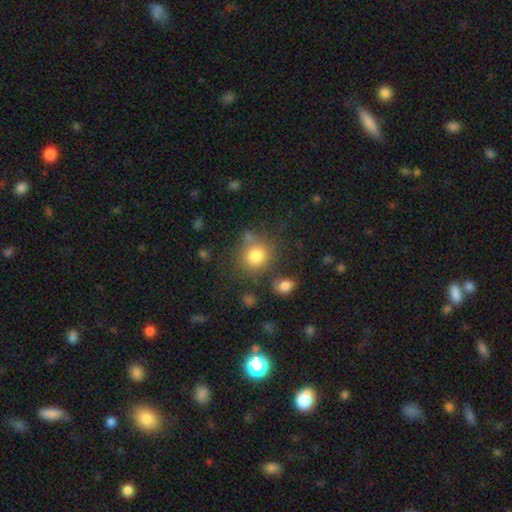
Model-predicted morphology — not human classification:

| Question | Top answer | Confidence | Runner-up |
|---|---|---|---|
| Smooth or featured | smooth | 79% | star or artifact (12%) |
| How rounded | round | 83% | in between (16%) |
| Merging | none | 67% | minor disturbance (14%) |